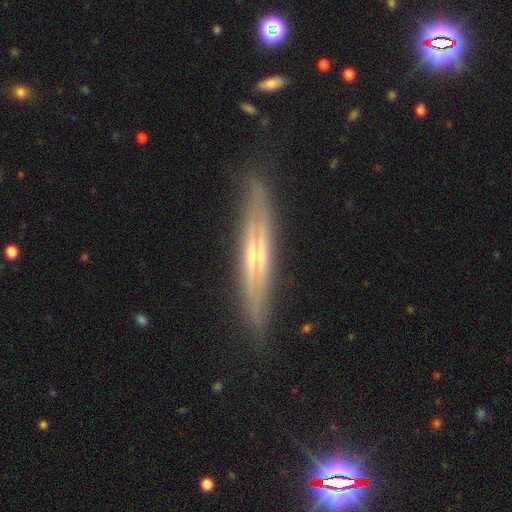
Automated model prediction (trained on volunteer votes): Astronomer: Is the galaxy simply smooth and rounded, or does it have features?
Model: featured or disk — 75%.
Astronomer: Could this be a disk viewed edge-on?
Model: yes — 90%.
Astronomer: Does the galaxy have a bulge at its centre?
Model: rounded — 49% (runner-up: none, 38%).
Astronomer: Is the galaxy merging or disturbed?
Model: none — 82%.